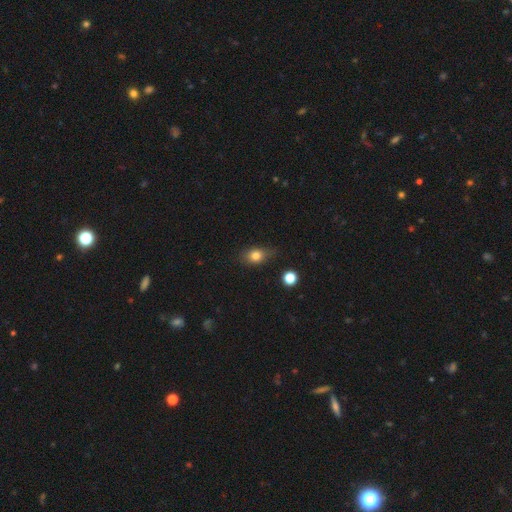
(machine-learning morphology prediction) A smooth galaxy with no disk features (78%) that is in between round and cigar-shaped (62%). Merging: none (69%).